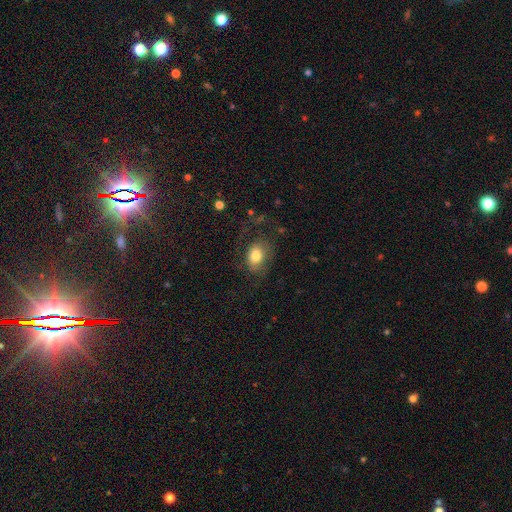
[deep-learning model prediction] smooth 76%, featured or disk 16%, star or artifact 8%. Down the decision tree: how rounded — in between (70%); merging — none (57%).